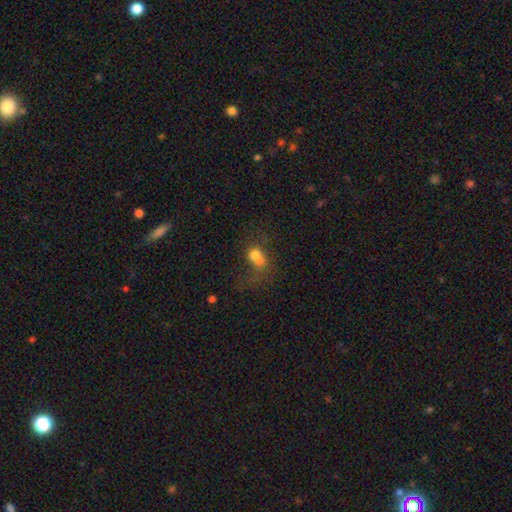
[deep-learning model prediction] A smooth galaxy with no disk features (65%) that is in between round and cigar-shaped (51%).

Vote fractions:
- Smooth or featured? smooth: 65% / featured or disk: 20% / star or artifact: 15%
- How rounded? in between: 51% / round: 47% / cigar-shaped: 2%
- Merging? merger: 31% / major disturbance: 28% / none: 25% / minor disturbance: 16%